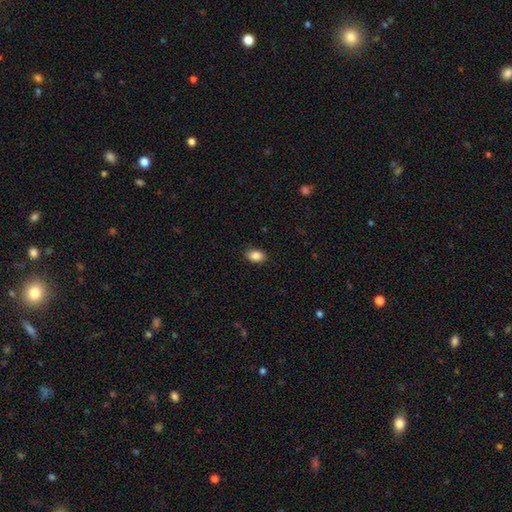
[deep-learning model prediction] smooth_or_featured: smooth (p=0.87) [alt: star or artifact p=0.08]
how_rounded: in between (p=0.84) [alt: round p=0.15]
merging: none (p=0.88) [alt: minor disturbance p=0.09]